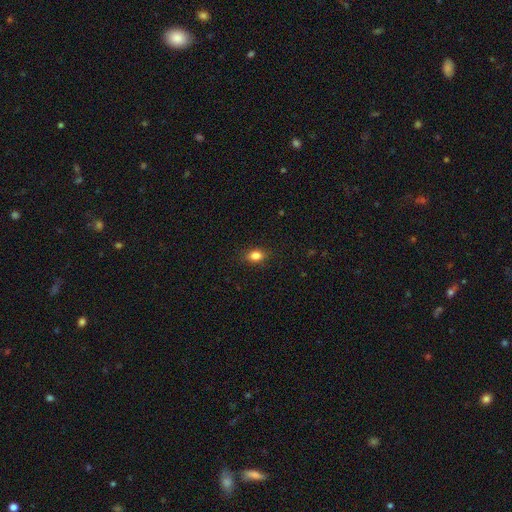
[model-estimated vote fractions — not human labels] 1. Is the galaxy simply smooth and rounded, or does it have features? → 84% smooth, 10% star or artifact, 6% featured or disk.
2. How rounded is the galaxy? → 72% in between, 26% round, 2% cigar-shaped.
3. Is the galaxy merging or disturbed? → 87% none, 10% minor disturbance, 2% major disturbance, 1% merger.